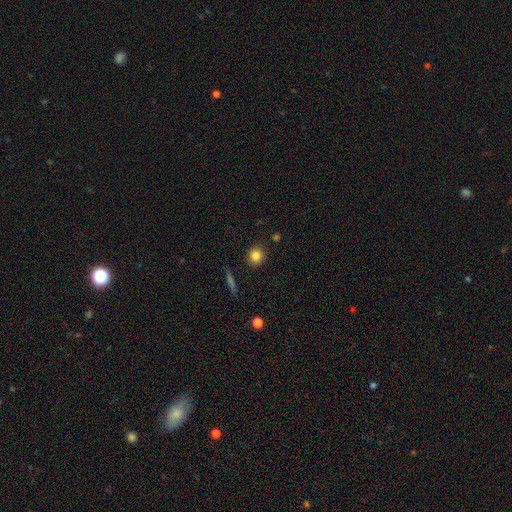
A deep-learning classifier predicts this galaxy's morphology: smooth_or_featured: smooth (p=0.83) [alt: star or artifact p=0.10]
how_rounded: round (p=0.82) [alt: in between p=0.16]
merging: none (p=0.87) [alt: minor disturbance p=0.09]